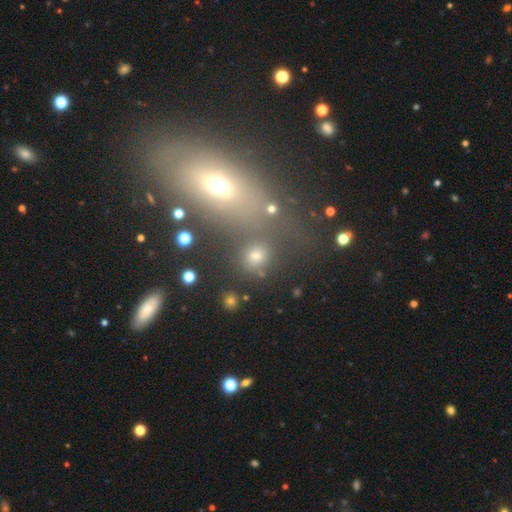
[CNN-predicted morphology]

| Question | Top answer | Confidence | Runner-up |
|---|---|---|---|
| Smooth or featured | smooth | 65% | star or artifact (22%) |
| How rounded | round | 65% | in between (33%) |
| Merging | none | 62% | merger (19%) |